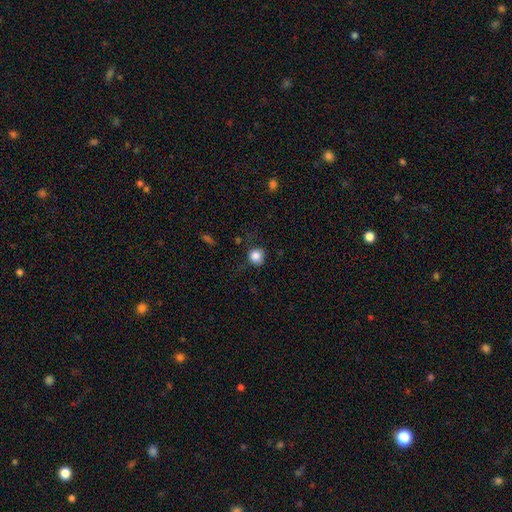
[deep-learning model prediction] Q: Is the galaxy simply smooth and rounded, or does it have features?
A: smooth — 84%.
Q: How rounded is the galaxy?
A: round — 88%.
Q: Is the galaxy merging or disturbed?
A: none — 75%.